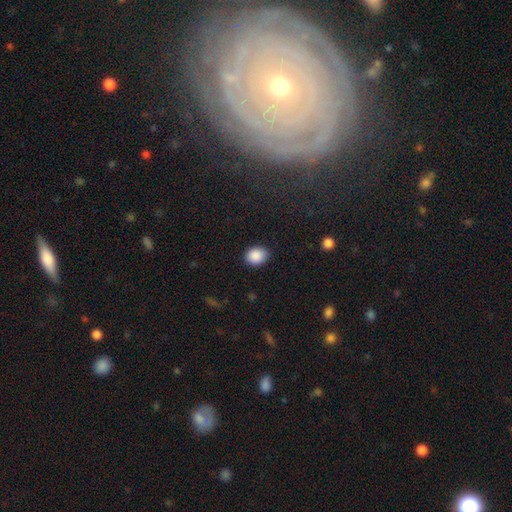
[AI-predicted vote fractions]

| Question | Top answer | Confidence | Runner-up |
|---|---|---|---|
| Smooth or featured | smooth | 89% | star or artifact (8%) |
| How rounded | round | 54% | in between (45%) |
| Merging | none | 89% | minor disturbance (8%) |